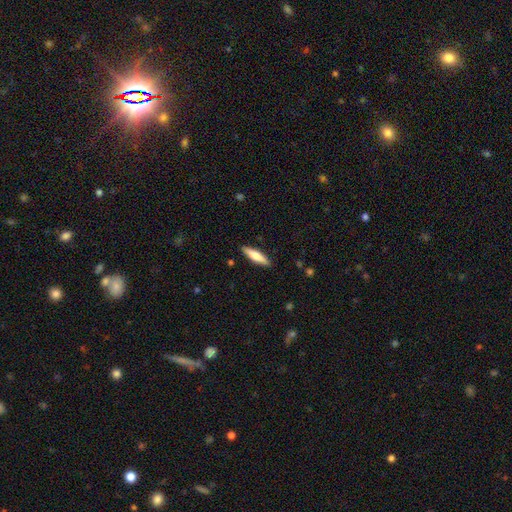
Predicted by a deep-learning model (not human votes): This is likely a smooth galaxy (68%). How rounded: likely cigar-shaped (71%). Merging: clearly none (90%).